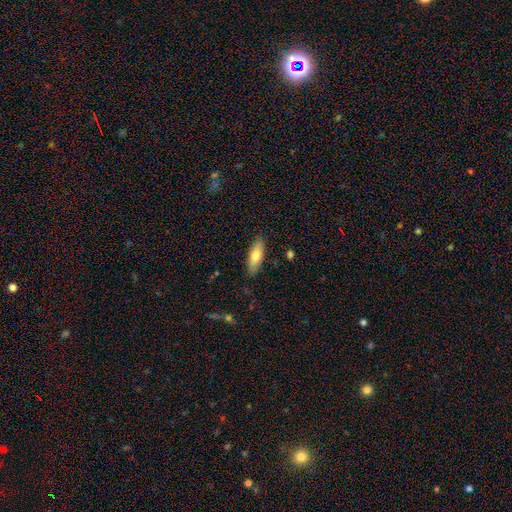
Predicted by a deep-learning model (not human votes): A smooth galaxy with no disk features (73%) that is in between round and cigar-shaped (59%). Merging: none (87%).